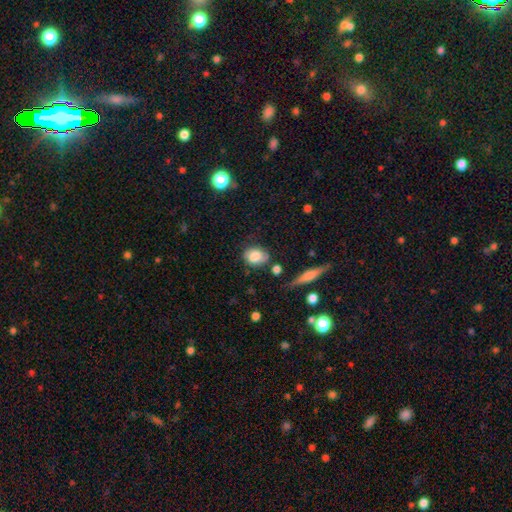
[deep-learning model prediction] Overall: smooth (75%). How rounded: in between (62%; round 36%). Merging: none (64%; minor disturbance 24%).